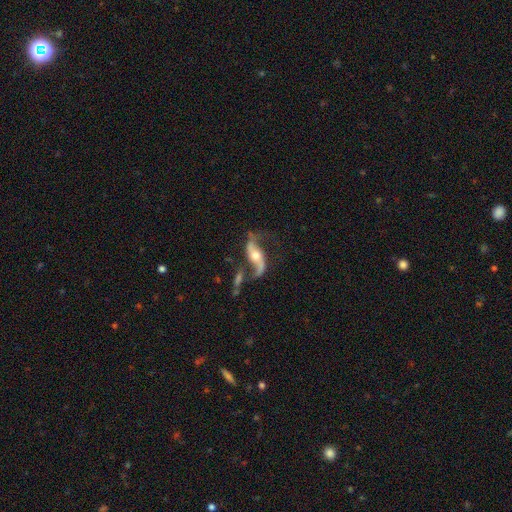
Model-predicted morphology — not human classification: smooth-or-featured: featured or disk: 83% | smooth: 11% | star or artifact: 6%
  disk-edge-on: no: 88% | yes: 12%
    bar: no: 48% | weak: 28% | strong: 24%
    has-spiral-arms: yes: 90% | no: 10%
      spiral-winding: loose: 81% | medium: 14% | tight: 5%
      spiral-arm-count: 2: 89% | 1: 5% | can't tell: 3% | 3: 1% | 4: 1% | more than 4: 1%
    bulge-size: moderate: 67% | small: 22% | large: 8% | none: 2% | dominant: 1%
  merging: none: 51% | major disturbance: 18% | minor disturbance: 18% | merger: 12%